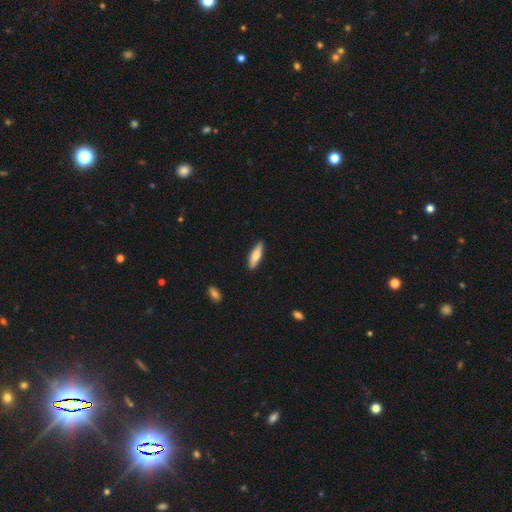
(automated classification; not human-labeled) smooth 68%, featured or disk 27%, star or artifact 5%. Down the decision tree: how rounded — cigar-shaped (61%); merging — none (88%).